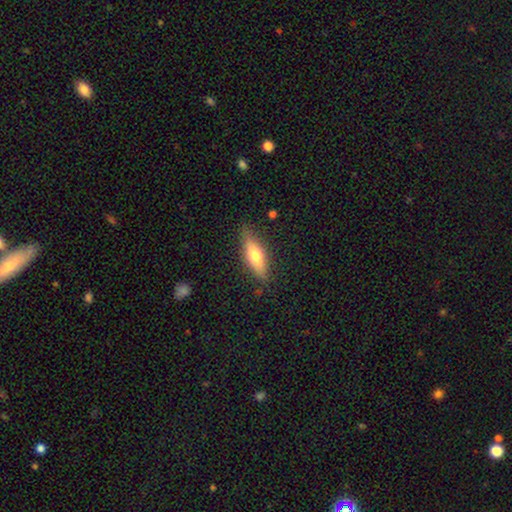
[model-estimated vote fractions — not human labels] Smooth or featured? Predicted: smooth (p=0.61). How rounded? Predicted: cigar-shaped (p=0.50). Merging? Predicted: none (p=0.83).